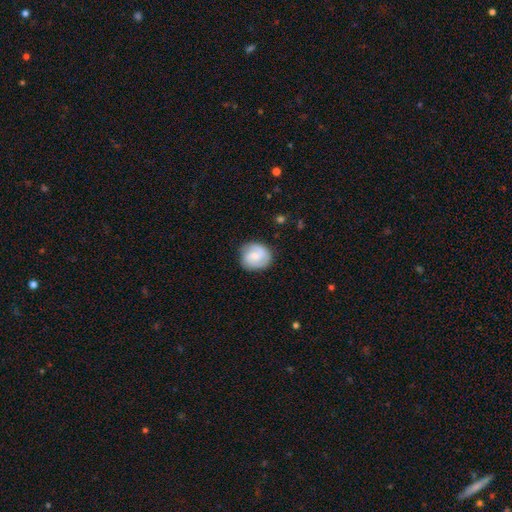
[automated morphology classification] type=featured or disk (62%); edge-on=no (98%); bar=weak (46%, tied with no); spiral arms=yes (93%); winding=medium (43%); arm count=2 (72%); bulge=small (51%); merging=none (81%).